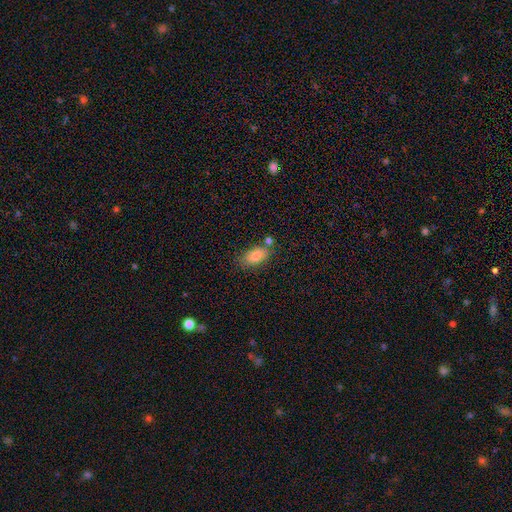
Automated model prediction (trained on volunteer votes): smooth 85%, star or artifact 8%, featured or disk 7%. Down the decision tree: how rounded — in between (89%); merging — none (67%).